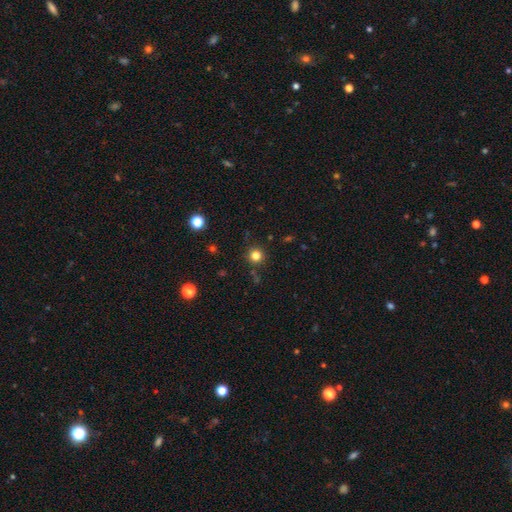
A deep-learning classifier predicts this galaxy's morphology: Smooth or featured? smooth (81%)
How rounded? round (95%)
Merging? none (89%)